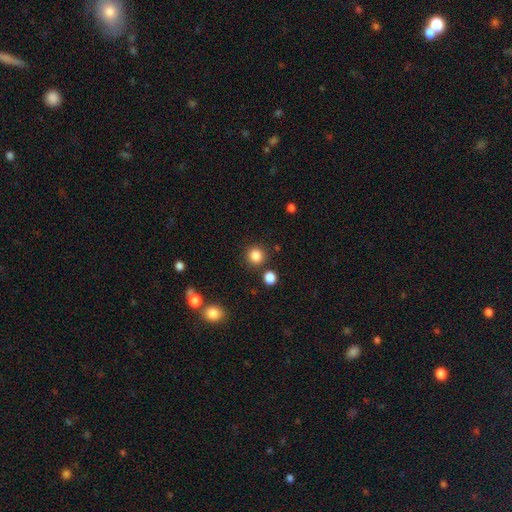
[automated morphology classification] smooth 84%, star or artifact 12%, featured or disk 4%. Down the decision tree: how rounded — round (93%); merging — none (86%).